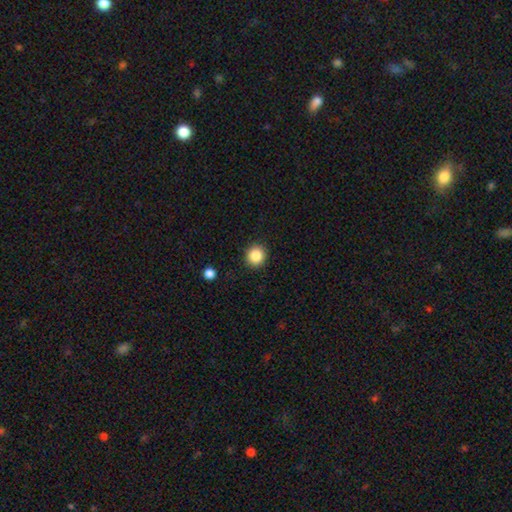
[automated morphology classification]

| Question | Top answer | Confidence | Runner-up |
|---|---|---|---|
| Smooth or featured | smooth | 86% | star or artifact (10%) |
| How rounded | round | 92% | in between (7%) |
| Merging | none | 91% | minor disturbance (5%) |